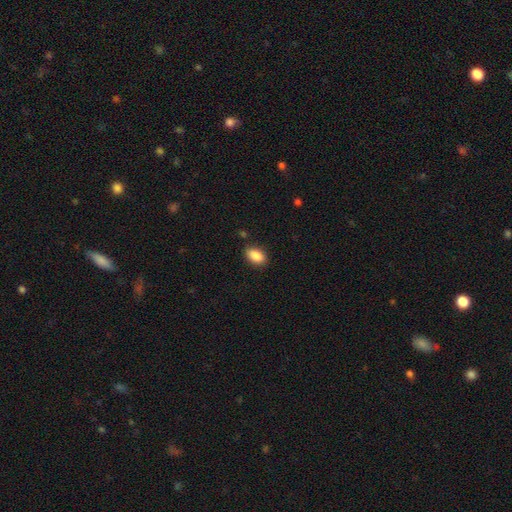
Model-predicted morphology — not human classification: smooth_or_featured: smooth (p=0.88) [alt: star or artifact p=0.08]
how_rounded: in between (p=0.90) [alt: round p=0.08]
merging: none (p=0.85) [alt: minor disturbance p=0.11]